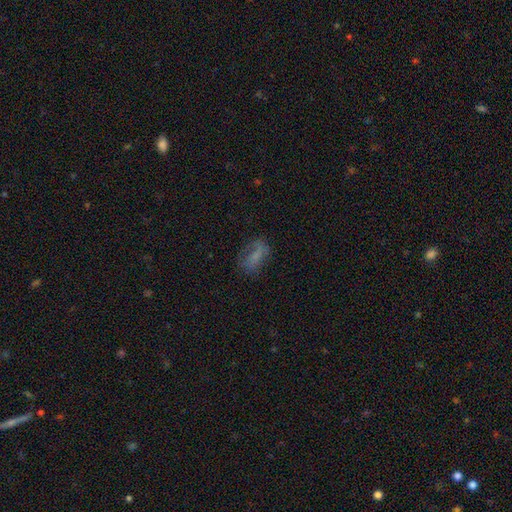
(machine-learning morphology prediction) Overall: smooth (57%; featured or disk 28%). How rounded: in between (83%). Merging: none (53%; minor disturbance 24%).